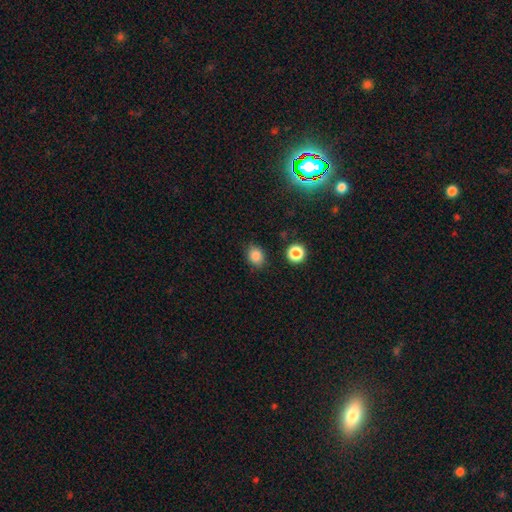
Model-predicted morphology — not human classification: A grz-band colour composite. It shows a smooth galaxy with no disk features (84%) that is in between round and cigar-shaped (54%). Merging: none (82%).